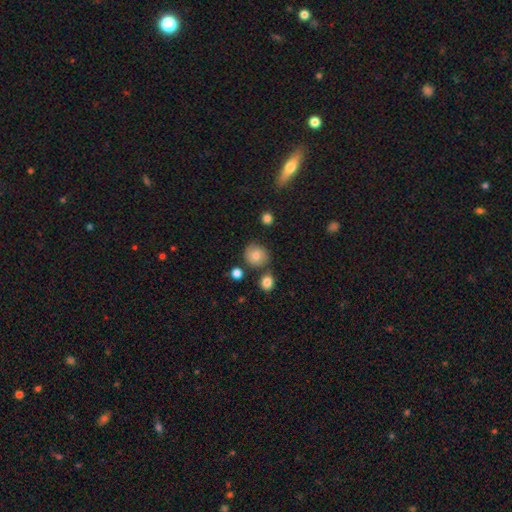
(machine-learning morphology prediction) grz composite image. It shows a smooth galaxy with no disk features (74%) that is round (84%). Merging: none (71%).